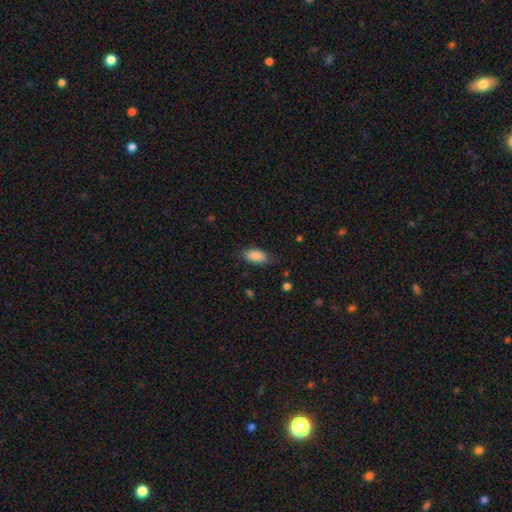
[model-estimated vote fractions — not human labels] Smooth or featured: smooth — 88% (star or artifact — 7%)
How rounded: in between — 90% (cigar-shaped — 7%)
Merging: none — 76% (minor disturbance — 18%)